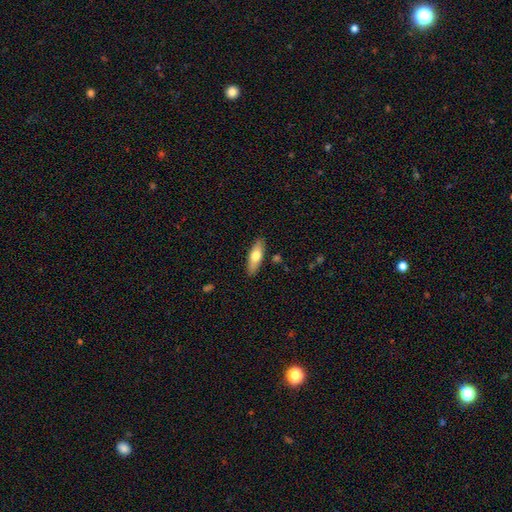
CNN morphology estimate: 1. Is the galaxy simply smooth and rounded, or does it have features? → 64% smooth, 31% featured or disk, 6% star or artifact.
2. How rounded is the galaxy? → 56% in between, 41% cigar-shaped, 3% round.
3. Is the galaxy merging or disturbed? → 88% none, 9% minor disturbance, 2% major disturbance, 2% merger.